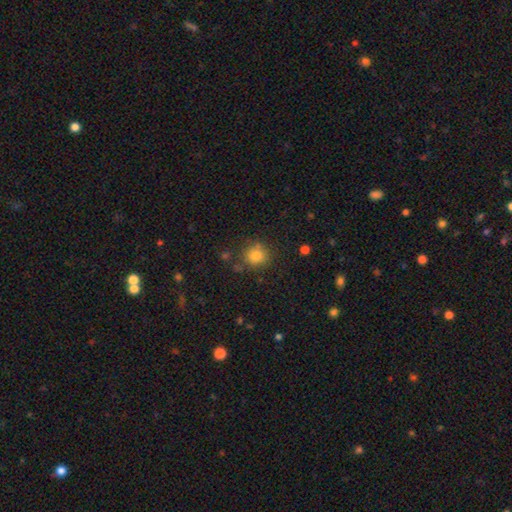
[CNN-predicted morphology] smooth 82%, star or artifact 12%, featured or disk 6%. Down the decision tree: how rounded — round (84%); merging — none (75%).